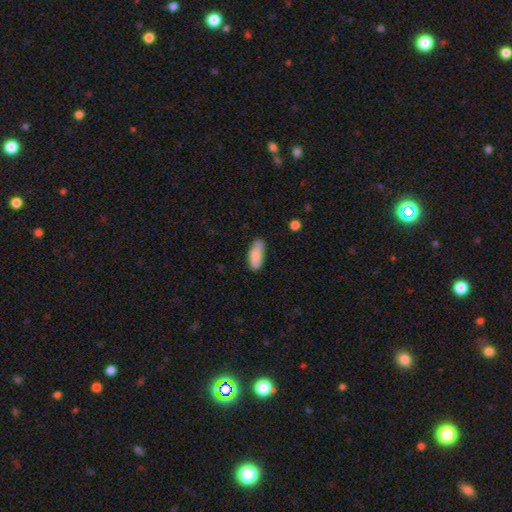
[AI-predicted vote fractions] Smooth or featured? Predicted: smooth (p=0.81). How rounded? Predicted: in between (p=0.78). Merging? Predicted: none (p=0.73).